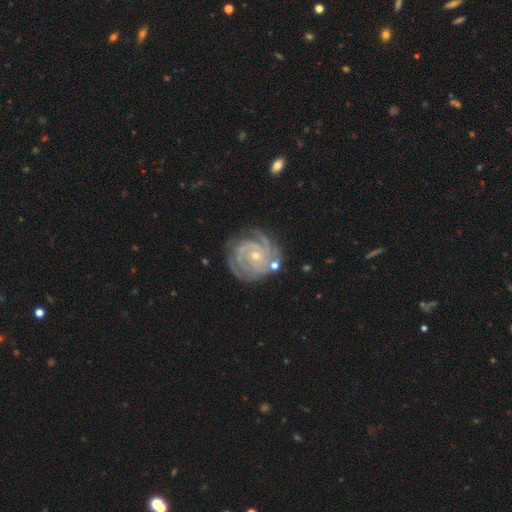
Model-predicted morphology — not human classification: A featured or disk galaxy (90%) with no bar (71%), 3 (35%) tight (78%) spiral arms (98%) and a small central bulge (63%).

Vote fractions:
- Smooth or featured? featured or disk: 90% / star or artifact: 5% / smooth: 5%
- Edge-on disk? no: 98% / yes: 2%
- Bar? no: 71% / weak: 23% / strong: 7%
- Spiral arms? yes: 98% / no: 2%
- Spiral winding? tight: 78% / medium: 19% / loose: 3%
- Spiral arm count? 3: 35% / 2: 21% / 4: 16% / can't tell: 16% / more than 4: 6% / 1: 5%
- Bulge size? small: 63% / moderate: 34% / none: 1% / large: 1% / dominant: 1%
- Merging? none: 70% / minor disturbance: 19% / major disturbance: 7% / merger: 4%